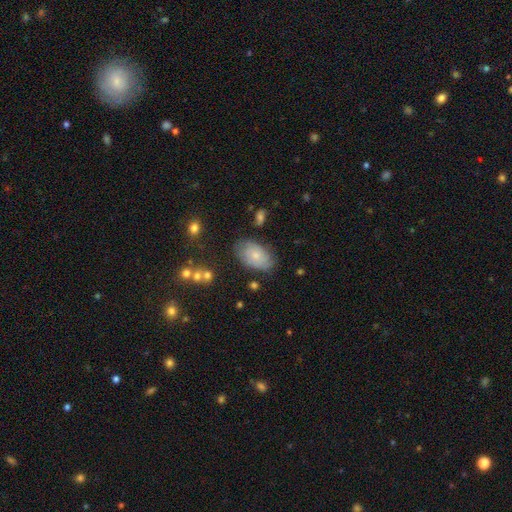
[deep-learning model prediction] Overall: smooth (66%; featured or disk 26%). How rounded: in between (92%). Merging: none (70%).